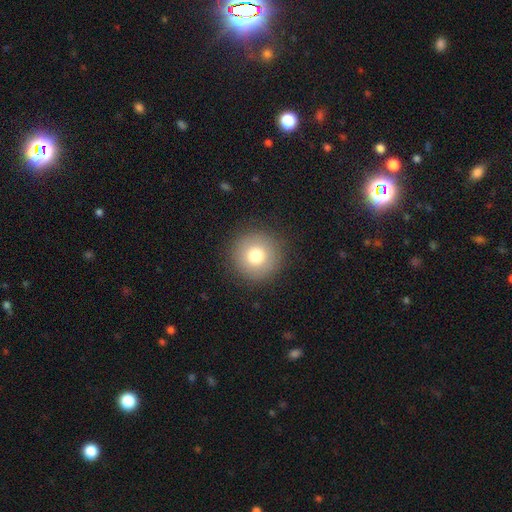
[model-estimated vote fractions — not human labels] This appears to be a smooth galaxy with no disk features (76%) that is round (96%). Merging: none (90%).